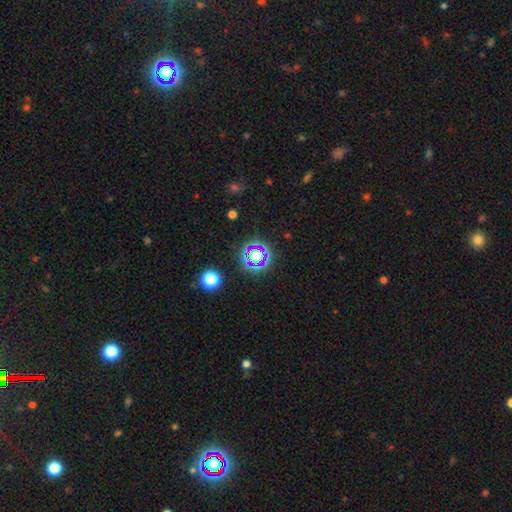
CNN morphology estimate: Overall: star or artifact (58%; smooth 29%).